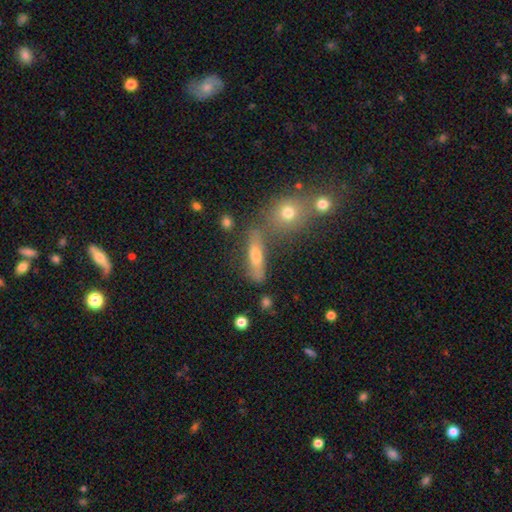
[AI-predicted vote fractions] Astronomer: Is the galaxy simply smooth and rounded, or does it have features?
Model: smooth — 56%.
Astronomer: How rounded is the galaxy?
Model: cigar-shaped — 50% (runner-up: in between, 40%).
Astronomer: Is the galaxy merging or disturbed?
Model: none — 57%.